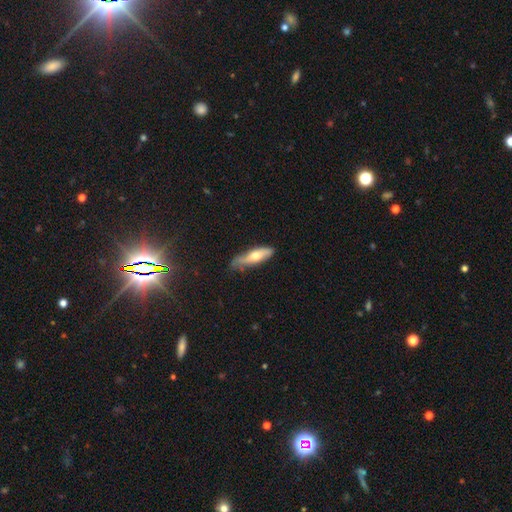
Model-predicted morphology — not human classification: Q: Smooth or featured?
A: smooth (57%); runner-up: featured or disk (38%)
Q: How rounded?
A: cigar-shaped (61%); runner-up: in between (37%)
Q: Merging?
A: none (65%); runner-up: minor disturbance (28%)